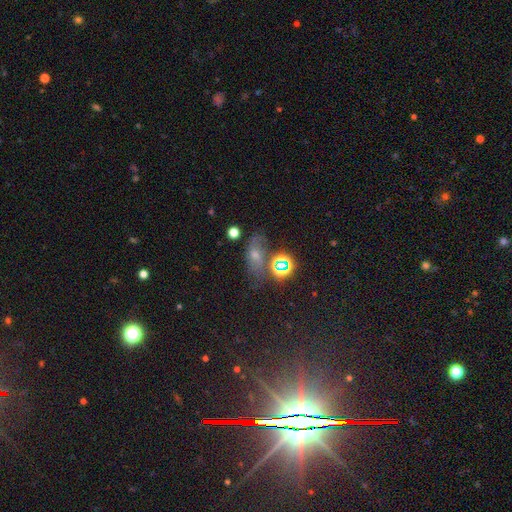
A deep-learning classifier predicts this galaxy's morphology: smooth 47%, star or artifact 29%, featured or disk 24%. Down the decision tree: merging — none (49%).